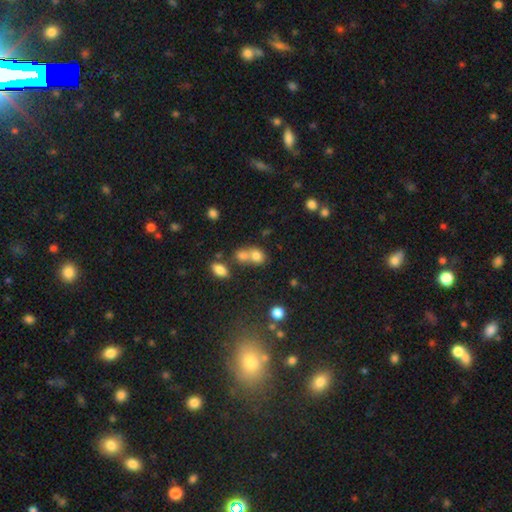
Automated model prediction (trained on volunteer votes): Q: Smooth or featured?
A: smooth (77%); runner-up: star or artifact (13%)
Q: How rounded?
A: round (59%); runner-up: in between (40%)
Q: Merging?
A: merger (52%); runner-up: none (35%)